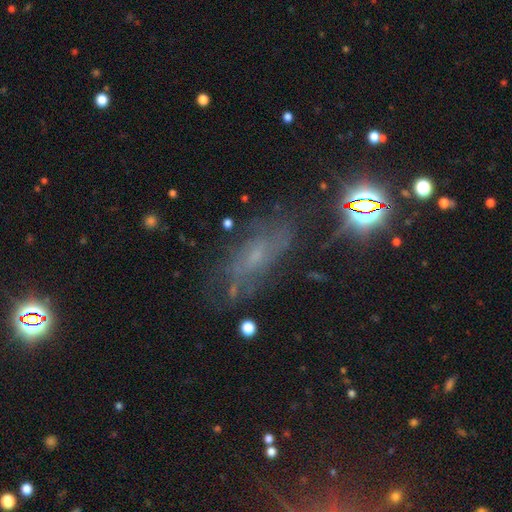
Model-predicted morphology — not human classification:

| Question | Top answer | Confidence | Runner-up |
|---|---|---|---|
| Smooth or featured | featured or disk | 52% | star or artifact (24%) |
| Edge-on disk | no | 83% | yes (17%) |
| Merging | none | 67% | minor disturbance (19%) |